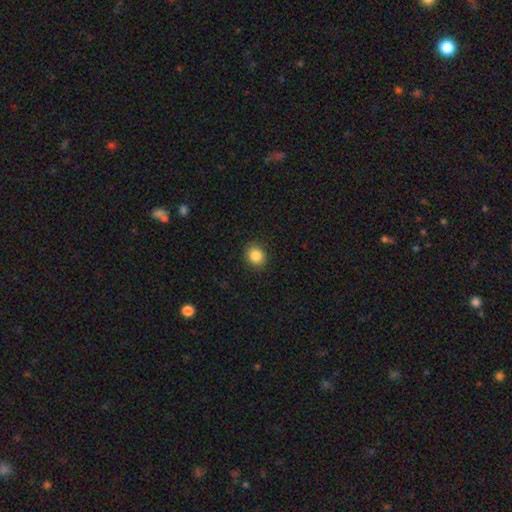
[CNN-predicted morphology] Smooth or featured? smooth (86%)
How rounded? round (73%)
Merging? none (90%)